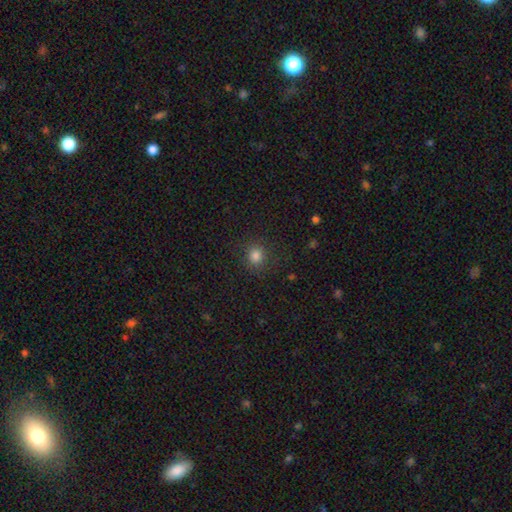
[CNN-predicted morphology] Smooth or featured? Predicted: smooth (p=0.83). How rounded? Predicted: round (p=0.86). Merging? Predicted: none (p=0.86).